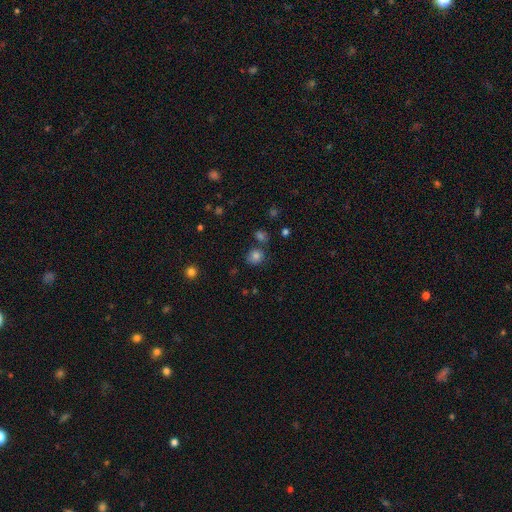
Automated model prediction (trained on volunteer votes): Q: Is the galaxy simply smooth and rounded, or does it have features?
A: smooth — 80%.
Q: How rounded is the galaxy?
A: round — 77%.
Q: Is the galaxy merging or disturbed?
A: none — 70%.